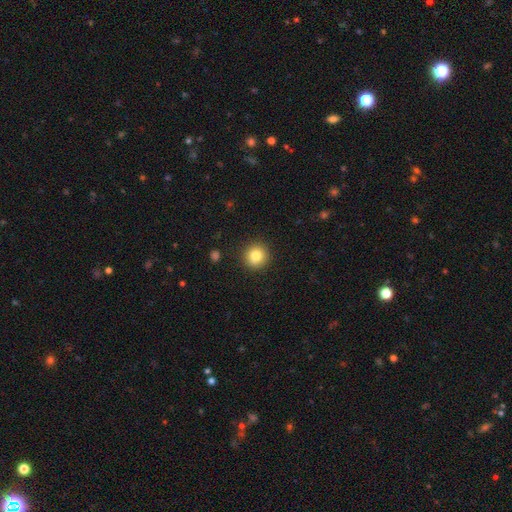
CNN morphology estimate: Smooth or featured? smooth (82%)
How rounded? round (93%)
Merging? none (91%)